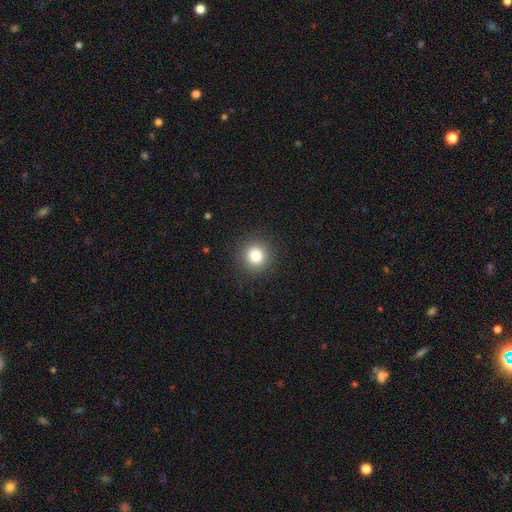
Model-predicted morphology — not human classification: This is clearly a smooth galaxy (82%). How rounded: clearly round (93%). Merging: clearly none (90%).